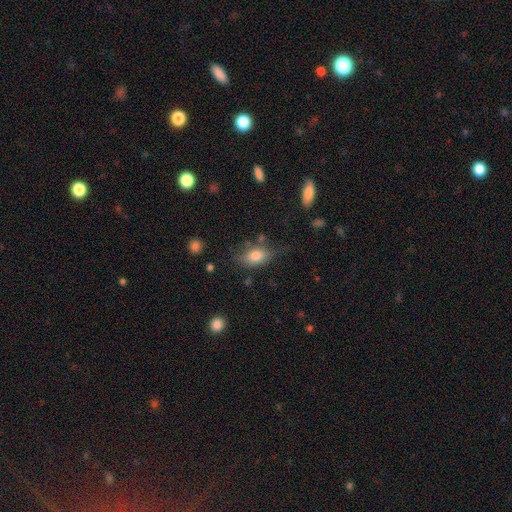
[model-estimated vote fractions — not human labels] Smooth or featured: smooth — 78% (featured or disk — 13%)
How rounded: in between — 85% (round — 12%)
Merging: none — 61% (minor disturbance — 25%)